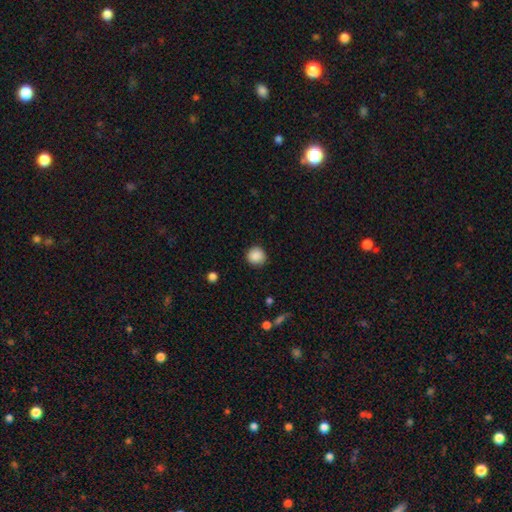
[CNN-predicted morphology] A smooth galaxy with no disk features (88%) that is round (92%). Merging: none (87%).